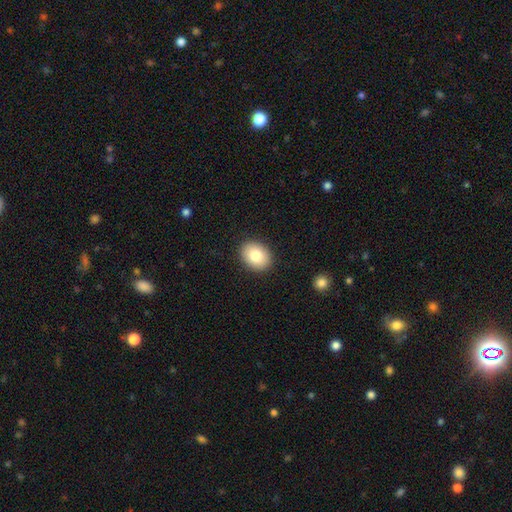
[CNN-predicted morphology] smooth-or-featured: smooth: 82% | featured or disk: 10% | star or artifact: 8%
  how-rounded: in between: 57% | round: 42% | cigar-shaped: 1%
  merging: none: 90% | minor disturbance: 7% | major disturbance: 2% | merger: 1%